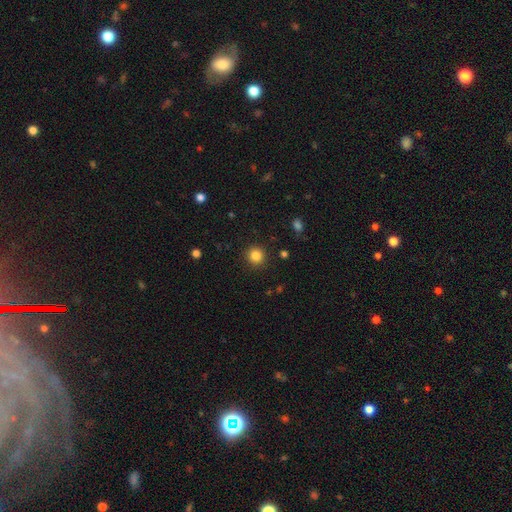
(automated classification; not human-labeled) Overall: smooth (84%). How rounded: round (94%). Merging: none (91%).